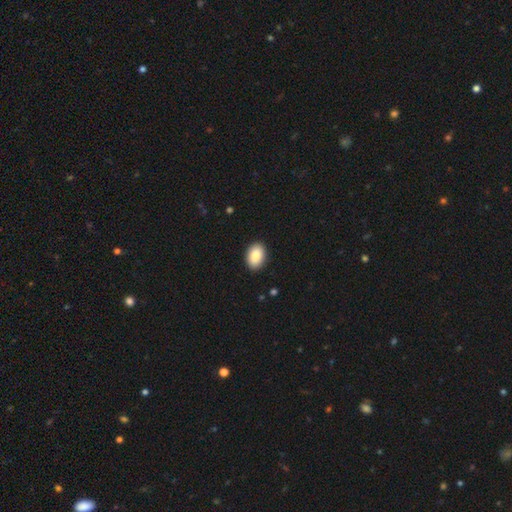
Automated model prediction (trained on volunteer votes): Smooth or featured? Predicted: smooth (p=0.86). How rounded? Predicted: in between (p=0.86). Merging? Predicted: none (p=0.91).